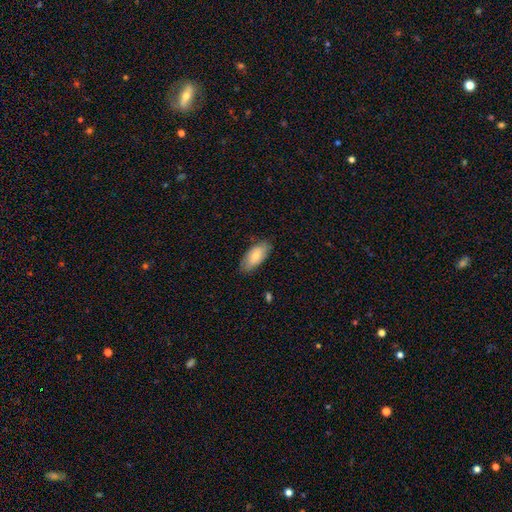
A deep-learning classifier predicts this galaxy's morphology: smooth-or-featured: smooth: 76% | featured or disk: 18% | star or artifact: 6%
  how-rounded: in between: 90% | cigar-shaped: 7% | round: 2%
  merging: none: 78% | minor disturbance: 17% | major disturbance: 3% | merger: 1%